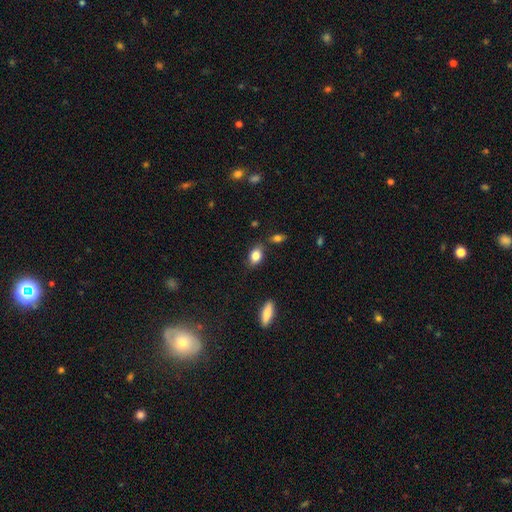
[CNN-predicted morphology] This appears to be a smooth galaxy with no disk features (83%) that is in between round and cigar-shaped (80%). Merging: none (75%).